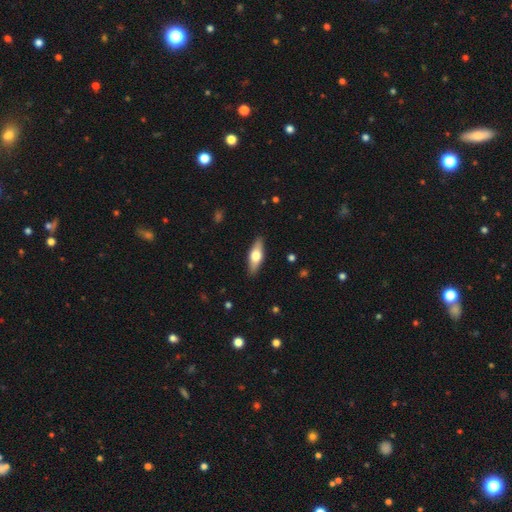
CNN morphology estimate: This appears to be a smooth galaxy with no disk features (54%) that is in between round and cigar-shaped (59%). Merging: none (89%).